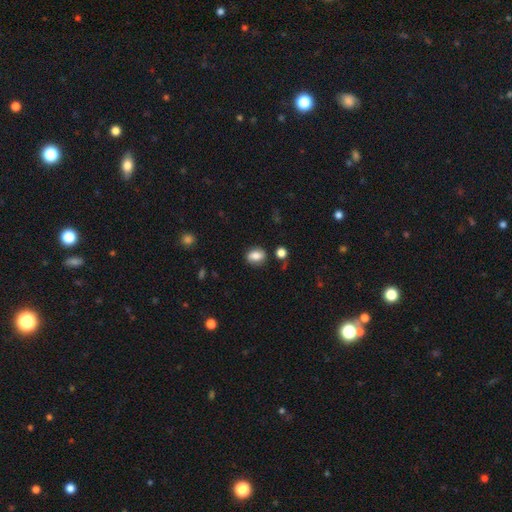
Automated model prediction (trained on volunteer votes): Smooth or featured: smooth — 79% (featured or disk — 12%)
How rounded: in between — 66% (round — 32%)
Merging: none — 79% (minor disturbance — 14%)